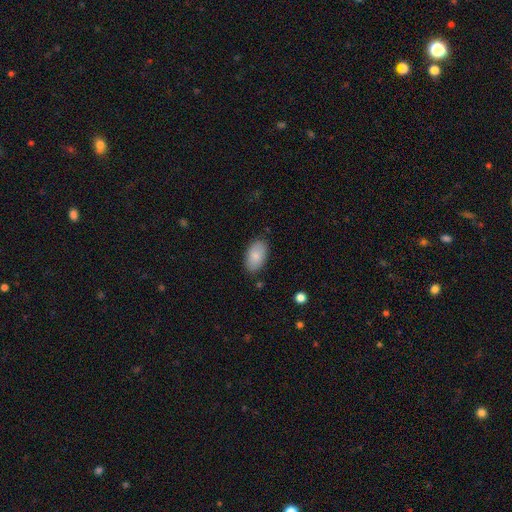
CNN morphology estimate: Q: Smooth or featured?
A: smooth (84%); runner-up: featured or disk (10%)
Q: How rounded?
A: in between (94%); runner-up: round (5%)
Q: Merging?
A: none (85%); runner-up: minor disturbance (11%)